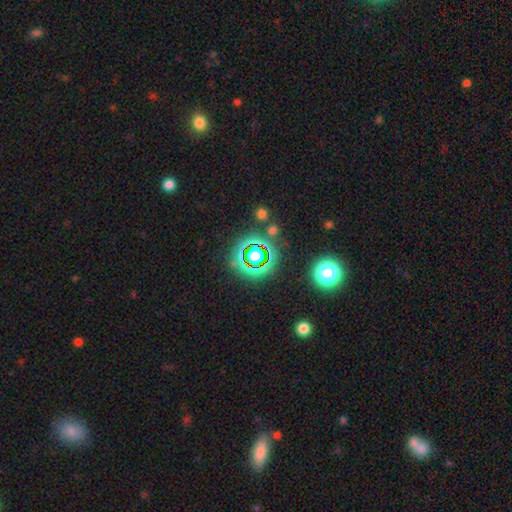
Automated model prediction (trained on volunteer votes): smooth_or_featured: star or artifact (p=0.74) [alt: smooth p=0.16]